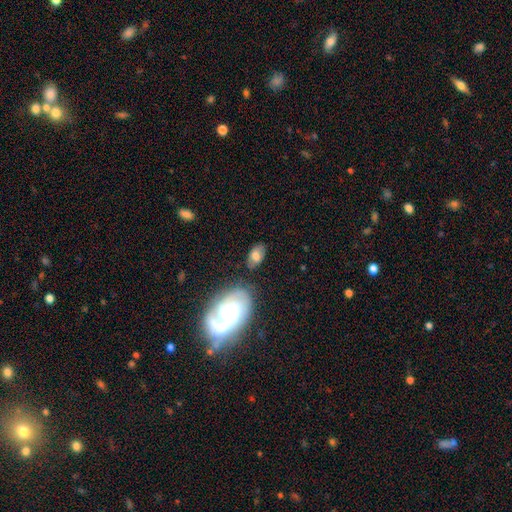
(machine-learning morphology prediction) Overall: smooth (67%). How rounded: in between (90%). Merging: none (70%).